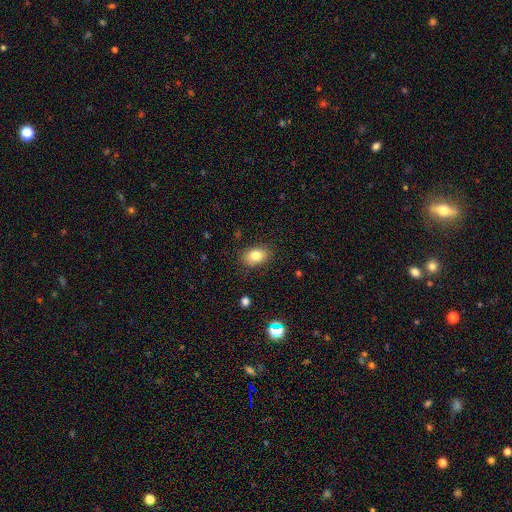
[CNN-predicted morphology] Smooth or featured?
  - smooth: 81% *
  - featured or disk: 10%
  - star or artifact: 9%
How rounded?
  - in between: 80% *
  - round: 19%
  - cigar-shaped: 1%
Merging?
  - none: 82% *
  - minor disturbance: 13%
  - major disturbance: 3%
  - merger: 1%